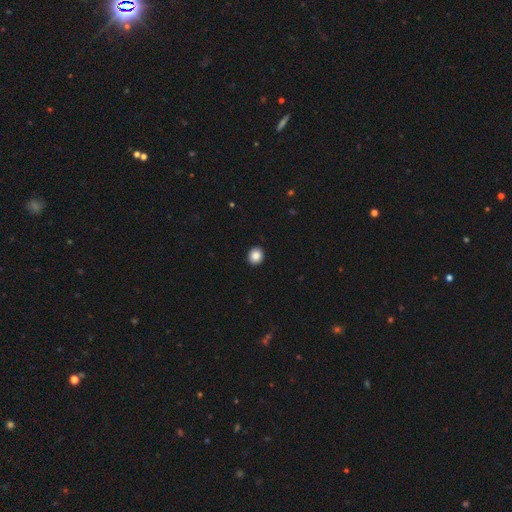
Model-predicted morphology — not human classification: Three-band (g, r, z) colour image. It shows a smooth galaxy with no disk features (87%) that is round (81%). Merging: none (93%).